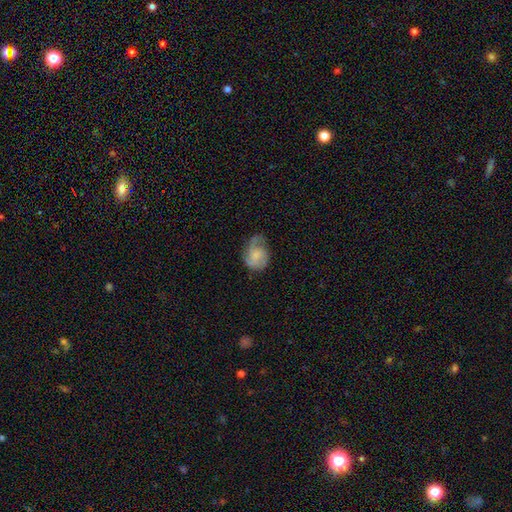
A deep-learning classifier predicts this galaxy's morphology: featured or disk 55%, smooth 38%, star or artifact 8%. Down the decision tree: edge-on disk — no (98%); bar — no (67%); spiral arms — yes (88%); bulge size — small (42%); merging — none (52%).